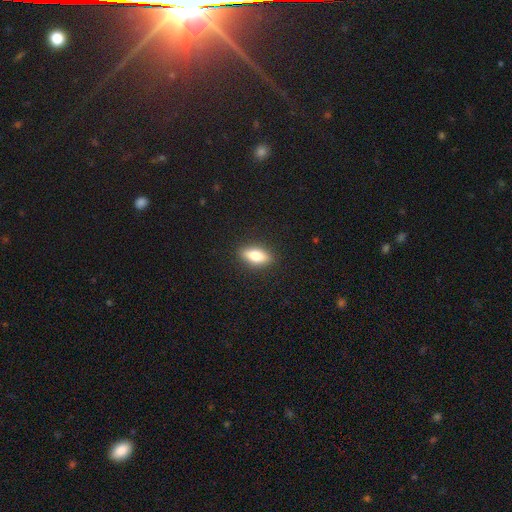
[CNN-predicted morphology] A smooth galaxy with no disk features (71%) that is in between round and cigar-shaped (72%).

Vote fractions:
- Smooth or featured? smooth: 71% / featured or disk: 22% / star or artifact: 7%
- How rounded? in between: 72% / cigar-shaped: 24% / round: 4%
- Merging? none: 89% / minor disturbance: 8% / major disturbance: 2% / merger: 1%